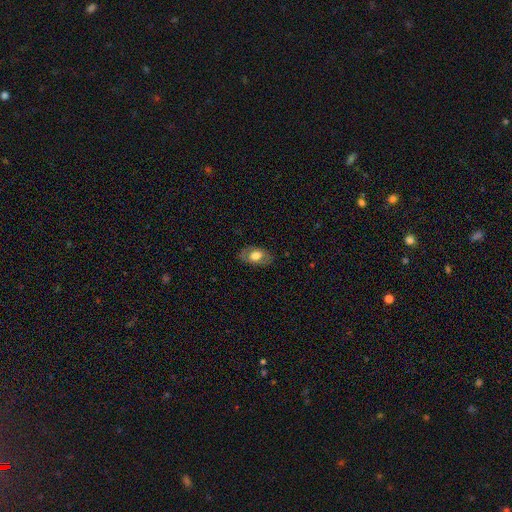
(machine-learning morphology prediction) Smooth or featured?
  - smooth: 58% *
  - featured or disk: 35%
  - star or artifact: 7%
How rounded?
  - in between: 90% *
  - round: 9%
  - cigar-shaped: 2%
Merging?
  - none: 79% *
  - minor disturbance: 15%
  - major disturbance: 5%
  - merger: 1%